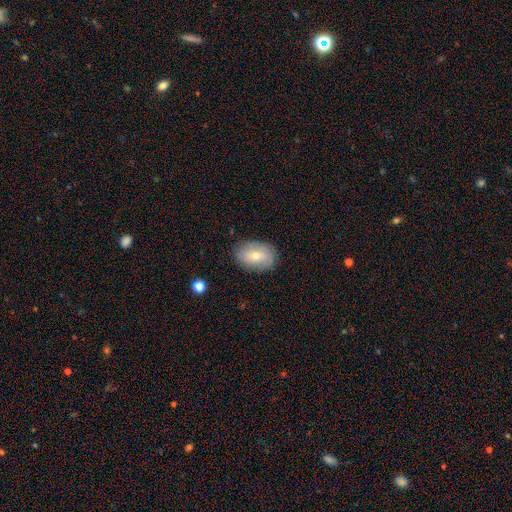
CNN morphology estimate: type=smooth (54%); roundness=in between (84%); merging=none (82%).